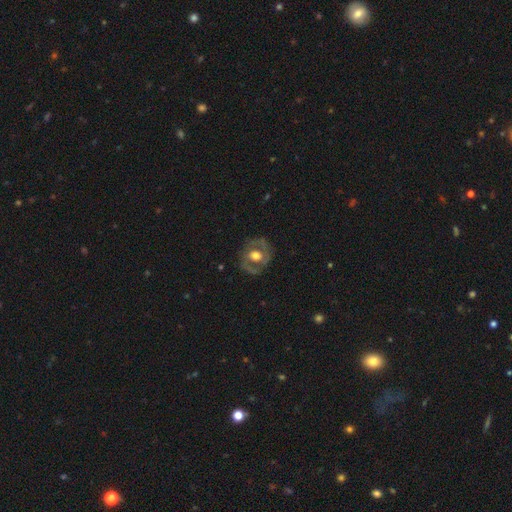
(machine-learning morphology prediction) Overall: featured or disk (66%; smooth 28%). Edge-on disk: no (95%). Bar: no (64%; weak 27%). Spiral arms: no (54%; yes 46%). Bulge size: moderate (58%; large 32%). Merging: none (75%).